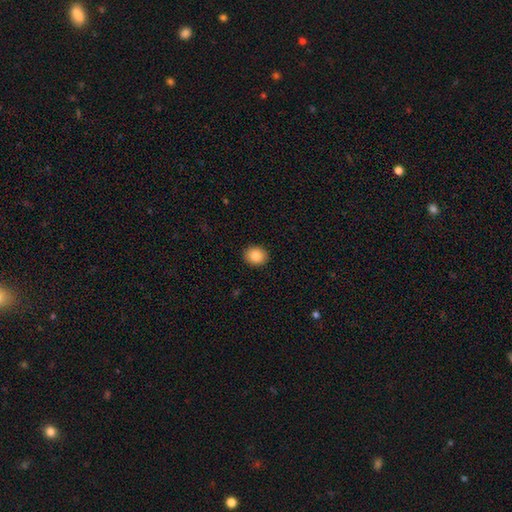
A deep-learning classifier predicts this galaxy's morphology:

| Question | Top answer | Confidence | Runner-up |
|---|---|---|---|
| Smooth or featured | smooth | 84% | star or artifact (9%) |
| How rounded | round | 69% | in between (31%) |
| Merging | none | 92% | minor disturbance (6%) |